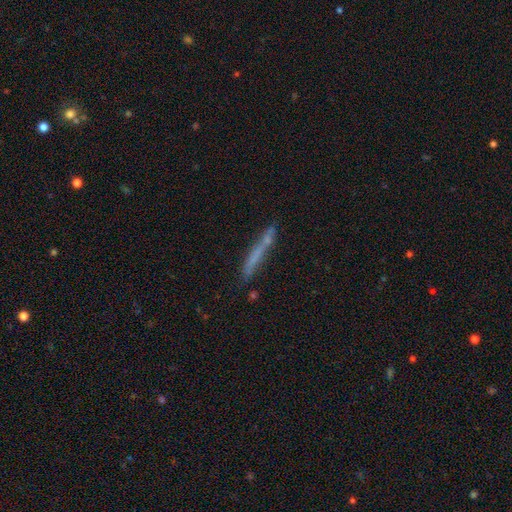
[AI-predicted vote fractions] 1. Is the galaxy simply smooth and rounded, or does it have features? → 55% smooth, 35% featured or disk, 10% star or artifact.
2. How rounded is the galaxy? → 95% cigar-shaped, 4% in between, 2% round.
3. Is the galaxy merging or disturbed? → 72% none, 16% minor disturbance, 7% merger, 5% major disturbance.